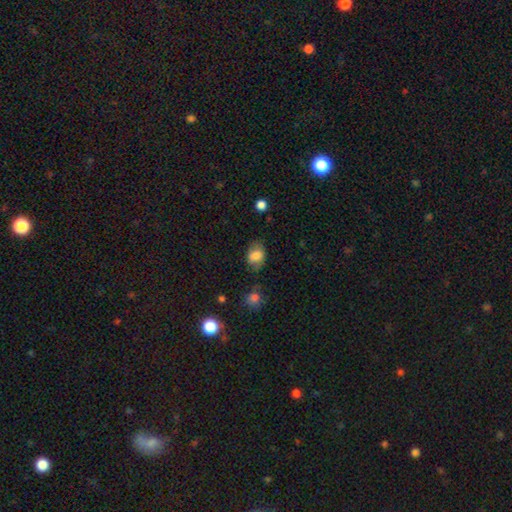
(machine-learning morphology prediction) Smooth or featured? Predicted: smooth (p=0.78). How rounded? Predicted: in between (p=0.71). Merging? Predicted: none (p=0.66).